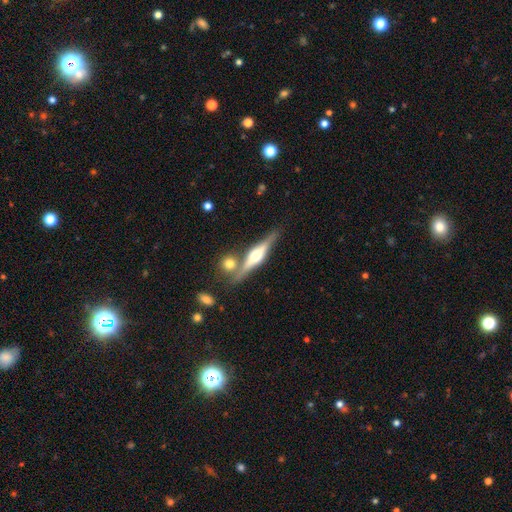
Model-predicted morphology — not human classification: Overall: featured or disk (73%). Edge-on disk: yes (96%). Edge-on bulge: rounded (89%). Merging: none (73%).